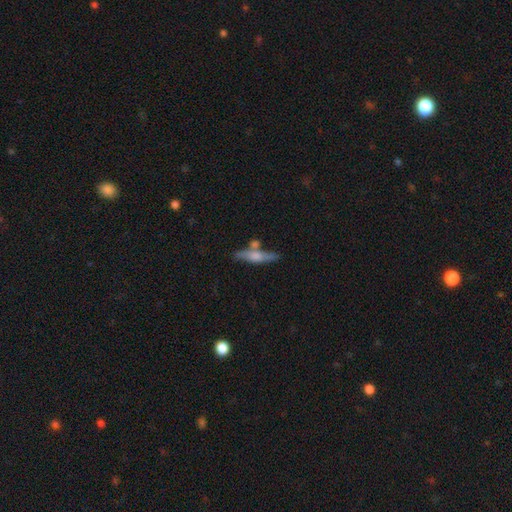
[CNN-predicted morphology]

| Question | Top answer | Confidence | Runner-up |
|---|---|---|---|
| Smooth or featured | featured or disk | 49% | smooth (44%) |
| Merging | none | 66% | merger (16%) |